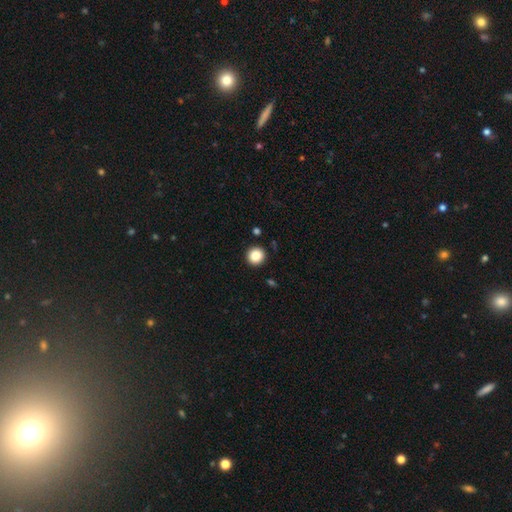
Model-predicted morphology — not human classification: The model was most divided on "smooth or featured": smooth: 87%, star or artifact: 10%, featured or disk: 4%. More confident: how rounded — round (94%); merging — none (92%).